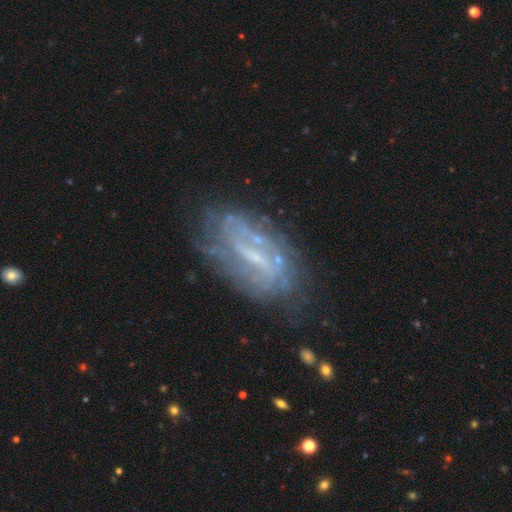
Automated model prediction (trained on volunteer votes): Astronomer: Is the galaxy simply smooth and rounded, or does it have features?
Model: featured or disk — 77%.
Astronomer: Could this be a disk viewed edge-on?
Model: no — 92%.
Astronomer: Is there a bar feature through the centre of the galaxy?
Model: weak — 45% (runner-up: strong, 33%).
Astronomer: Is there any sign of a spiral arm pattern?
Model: yes — 70%.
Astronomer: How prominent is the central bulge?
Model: small — 51% (runner-up: none, 28%).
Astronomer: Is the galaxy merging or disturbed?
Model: none — 62%.